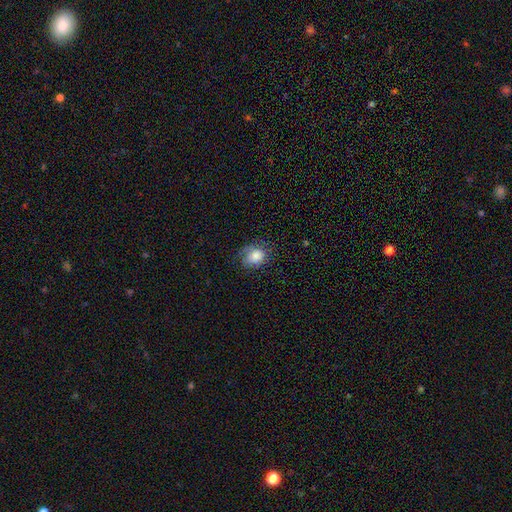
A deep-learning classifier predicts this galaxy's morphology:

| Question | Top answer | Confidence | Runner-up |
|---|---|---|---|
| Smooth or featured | smooth | 73% | featured or disk (18%) |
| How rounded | in between | 56% | round (43%) |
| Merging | none | 62% | minor disturbance (25%) |